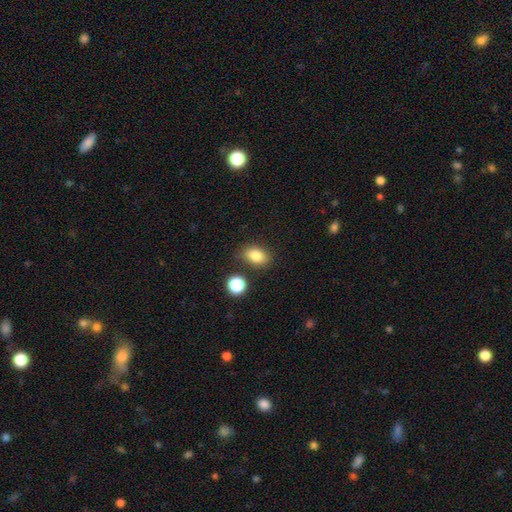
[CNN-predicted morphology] A smooth galaxy with no disk features (83%) that is in between round and cigar-shaped (78%). Merging: none (80%).